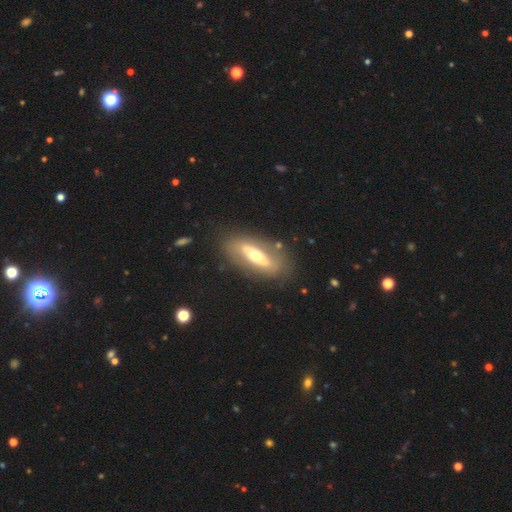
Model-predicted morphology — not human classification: This is possibly a featured or disk galaxy (58%). It is likely not viewed edge-on (68%). Merging: likely none (78%).